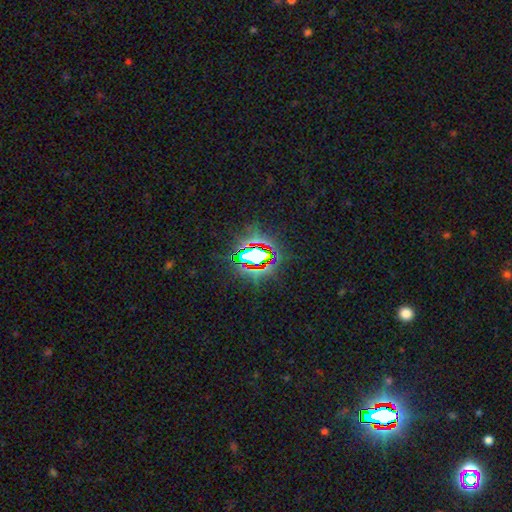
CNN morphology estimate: Q: Smooth or featured?
A: star or artifact (72%); runner-up: smooth (16%)